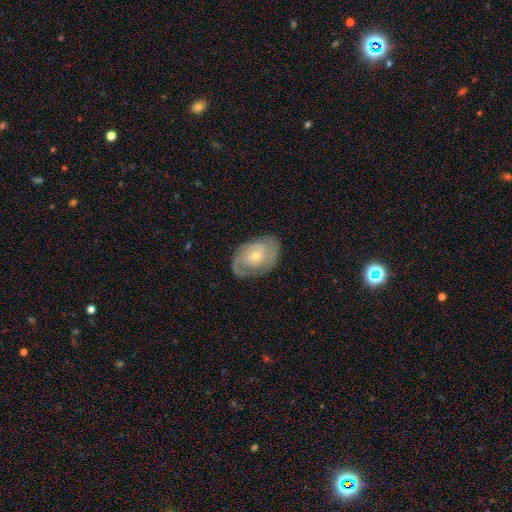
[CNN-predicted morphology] smooth_or_featured: featured or disk (p=0.73) [alt: smooth p=0.21]
disk_edge_on: no (p=0.95) [alt: yes p=0.05]
bar: no (p=0.75) [alt: weak p=0.21]
has_spiral_arms: yes (p=0.83) [alt: no p=0.17]
spiral_winding: tight (p=0.64) [alt: medium p=0.27]
spiral_arm_count: 2 (p=0.45) [alt: can't tell p=0.32]
bulge_size: small (p=0.52) [alt: moderate p=0.45]
merging: none (p=0.75) [alt: minor disturbance p=0.18]